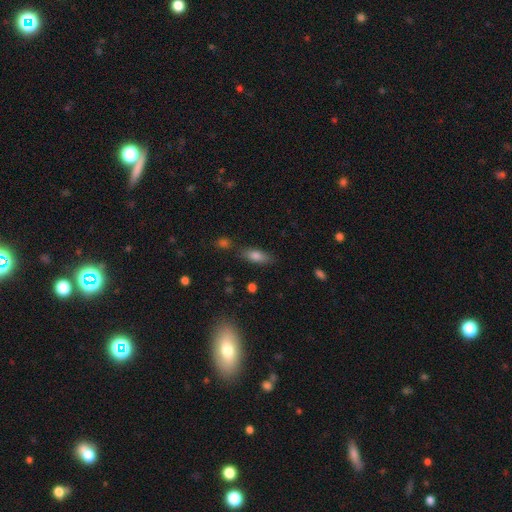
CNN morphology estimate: A smooth galaxy with no disk features (79%) that is in between round and cigar-shaped (73%). Merging: none (75%).